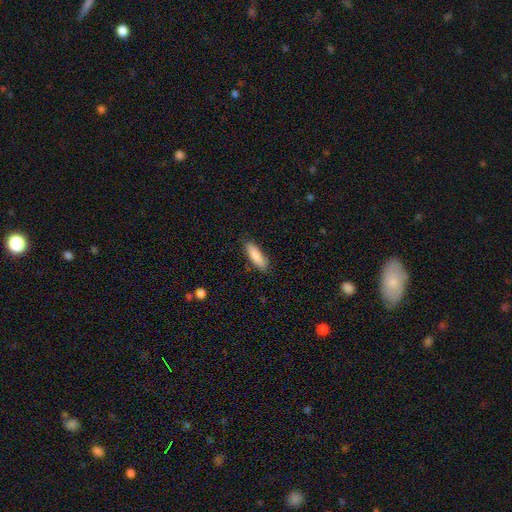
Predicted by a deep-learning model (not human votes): smooth_or_featured: smooth (p=0.86) [alt: featured or disk p=0.08]
how_rounded: in between (p=0.51) [alt: cigar-shaped p=0.47]
merging: none (p=0.85) [alt: minor disturbance p=0.12]